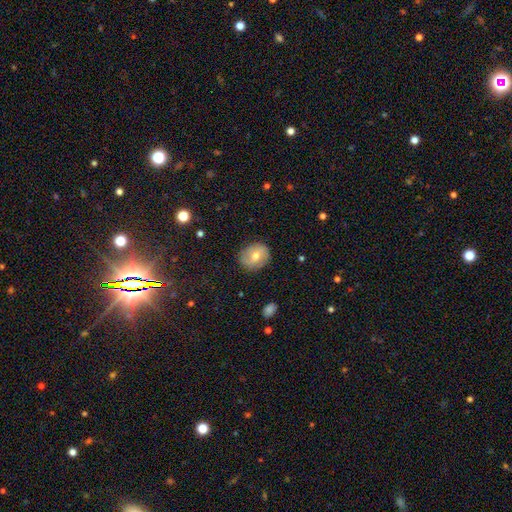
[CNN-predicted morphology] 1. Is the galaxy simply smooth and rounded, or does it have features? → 53% smooth, 38% featured or disk, 9% star or artifact.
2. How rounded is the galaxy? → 62% round, 37% in between, 1% cigar-shaped.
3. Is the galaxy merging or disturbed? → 83% none, 13% minor disturbance, 3% major disturbance, 1% merger.